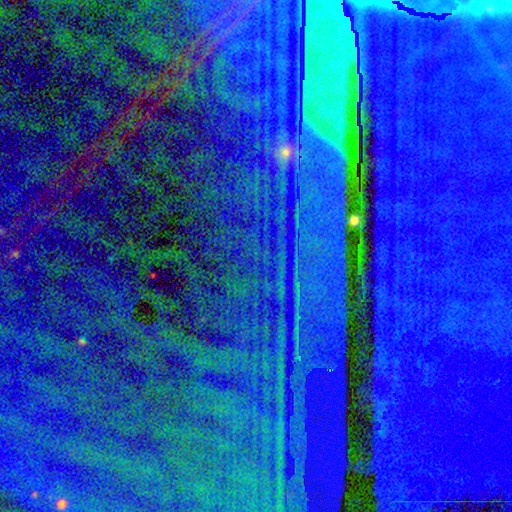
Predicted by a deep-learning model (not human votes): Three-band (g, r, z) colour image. It shows a star or artifact, not a galaxy (87%).